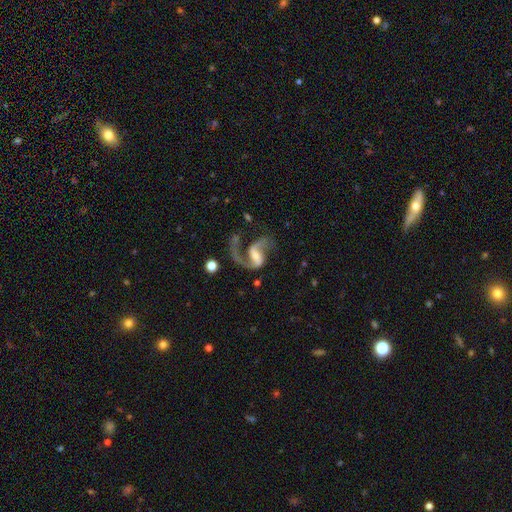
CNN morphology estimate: Smooth or featured?
  - featured or disk: 89% *
  - smooth: 6%
  - star or artifact: 5%
Edge-on disk?
  - no: 98% *
  - yes: 2%
Bar?
  - weak: 46% *
  - strong: 33%
  - no: 21%
Spiral arms?
  - yes: 96% *
  - no: 4%
Spiral winding?
  - loose: 57% *
  - medium: 37%
  - tight: 6%
Spiral arm count?
  - 2: 75% *
  - 1: 20%
  - can't tell: 2%
  - 3: 1%
  - 4: 1%
  - more than 4: 1%
Bulge size?
  - small: 39% *
  - moderate: 33%
  - none: 18%
  - large: 8%
  - dominant: 2%
Merging?
  - none: 48% *
  - major disturbance: 30%
  - minor disturbance: 16%
  - merger: 6%